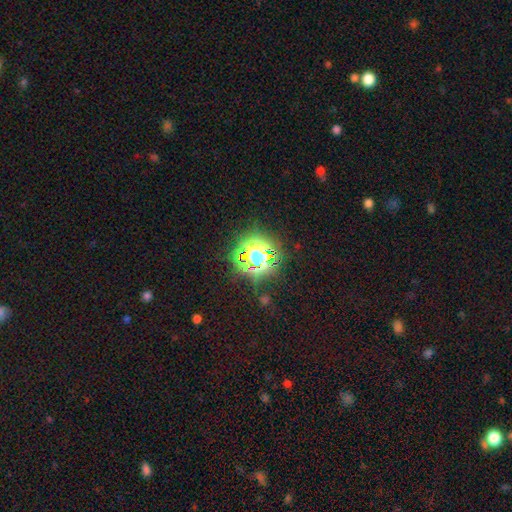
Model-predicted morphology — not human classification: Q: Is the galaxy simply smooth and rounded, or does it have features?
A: star or artifact — 56%.